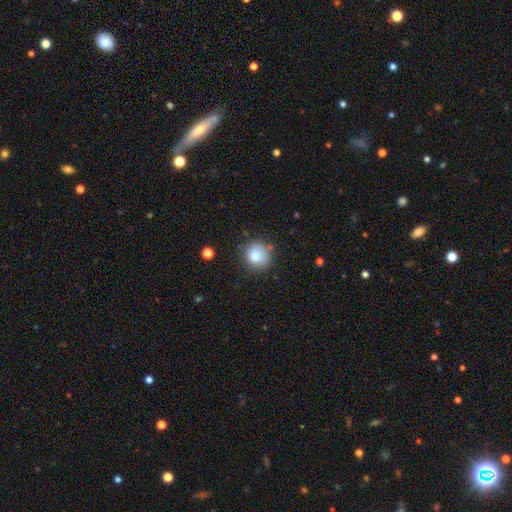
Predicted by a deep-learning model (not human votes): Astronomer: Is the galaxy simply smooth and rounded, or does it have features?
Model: smooth — 82%.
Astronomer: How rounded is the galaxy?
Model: round — 90%.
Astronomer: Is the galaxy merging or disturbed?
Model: none — 75%.